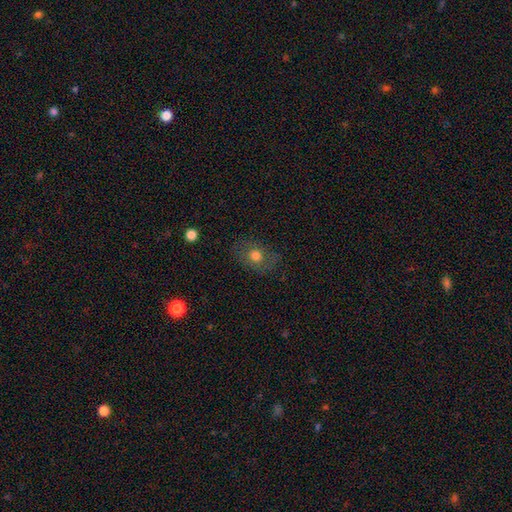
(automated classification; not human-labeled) smooth-or-featured: smooth: 70% | featured or disk: 19% | star or artifact: 11%
  how-rounded: in between: 58% | round: 41% | cigar-shaped: 1%
  merging: none: 79% | minor disturbance: 14% | major disturbance: 6% | merger: 1%